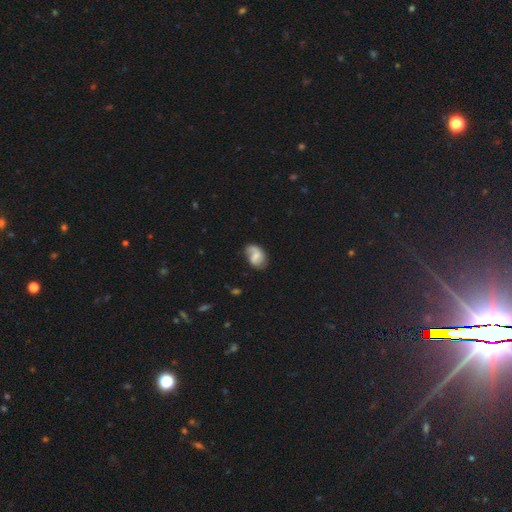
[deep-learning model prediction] smooth-or-featured: featured or disk: 56% | smooth: 36% | star or artifact: 8%
  disk-edge-on: no: 97% | yes: 3%
    bar: weak: 48% | no: 39% | strong: 13%
    has-spiral-arms: yes: 87% | no: 13%
    bulge-size: small: 39% | moderate: 28% | none: 27% | large: 5% | dominant: 1%
  merging: none: 57% | minor disturbance: 28% | major disturbance: 13% | merger: 3%